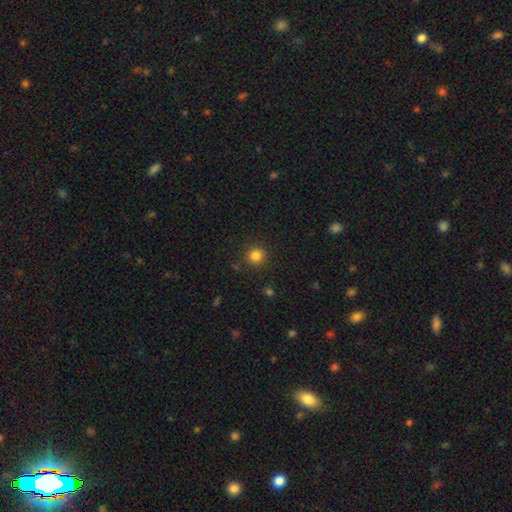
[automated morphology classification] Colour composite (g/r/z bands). It shows a smooth galaxy with no disk features (83%) that is round (93%). Merging: none (88%).